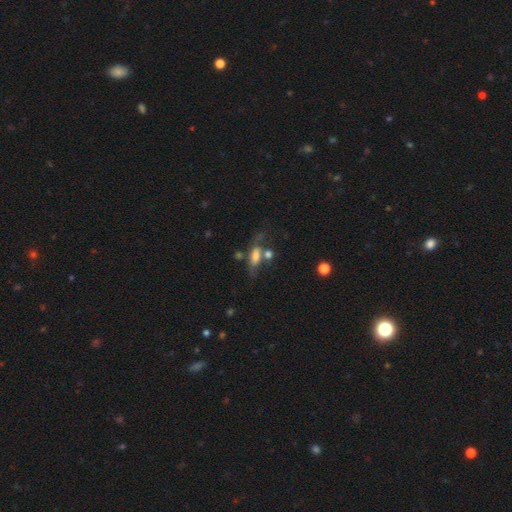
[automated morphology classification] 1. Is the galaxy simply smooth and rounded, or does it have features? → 57% smooth, 32% featured or disk, 11% star or artifact.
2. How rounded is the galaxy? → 63% in between, 31% cigar-shaped, 6% round.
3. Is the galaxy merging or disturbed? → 41% none, 22% merger, 20% minor disturbance, 17% major disturbance.